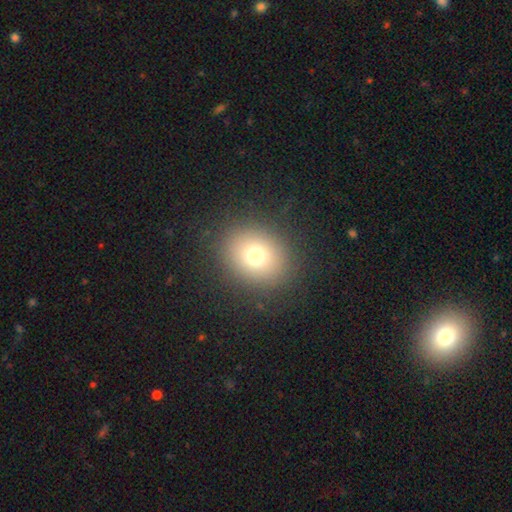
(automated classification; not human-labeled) Smooth or featured? Predicted: smooth (p=0.72). How rounded? Predicted: round (p=0.71). Merging? Predicted: none (p=0.86).